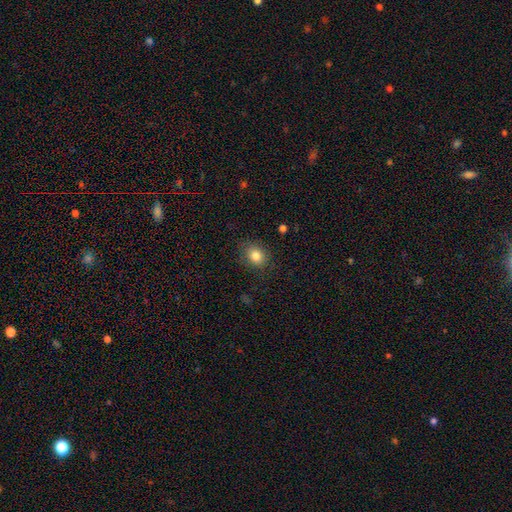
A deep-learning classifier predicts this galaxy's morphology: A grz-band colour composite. It shows a smooth galaxy with no disk features (83%) that is round (50%). Merging: none (83%).